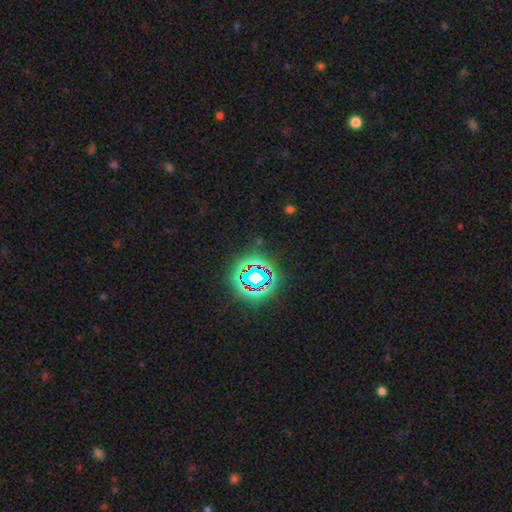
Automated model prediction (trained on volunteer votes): This is likely a star or artifact rather than a galaxy (77%).